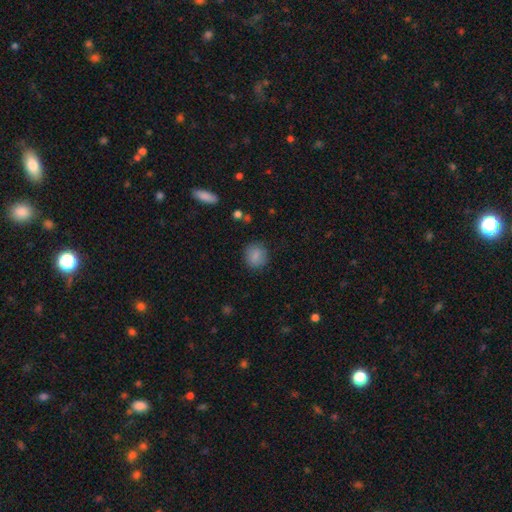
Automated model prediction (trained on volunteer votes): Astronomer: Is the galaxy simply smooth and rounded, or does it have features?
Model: smooth — 85%.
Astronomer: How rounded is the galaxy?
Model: round — 81%.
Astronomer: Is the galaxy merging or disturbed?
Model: none — 85%.